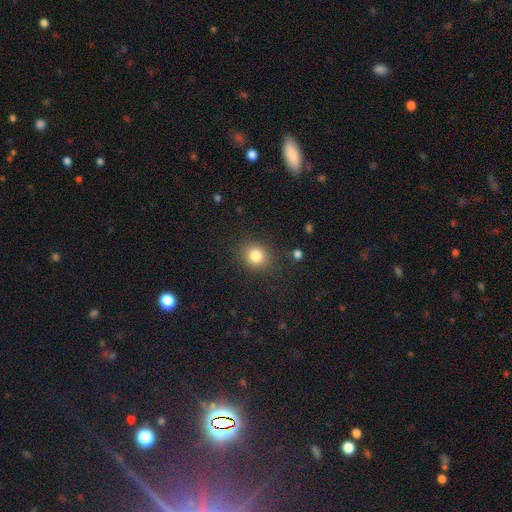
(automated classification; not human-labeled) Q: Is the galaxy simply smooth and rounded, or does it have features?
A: smooth — 82%.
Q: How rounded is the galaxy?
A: round — 74%.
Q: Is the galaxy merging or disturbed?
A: none — 85%.